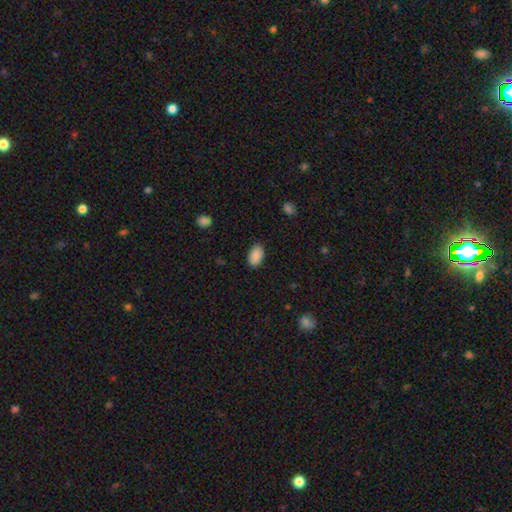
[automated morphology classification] This is clearly a smooth galaxy (88%). How rounded: clearly in between (91%). Merging: clearly none (86%).